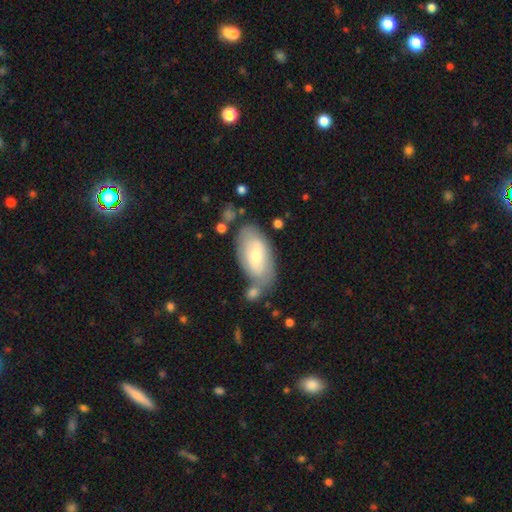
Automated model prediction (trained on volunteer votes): This is possibly a smooth galaxy (50%). Merging: possibly none (59%).